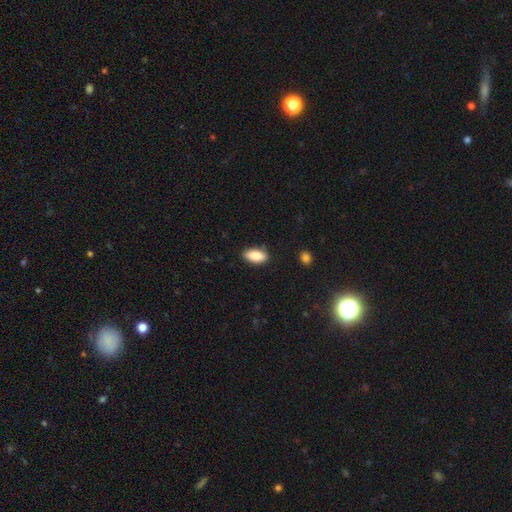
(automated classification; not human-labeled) A smooth galaxy with no disk features (87%) that is in between round and cigar-shaped (89%). Merging: none (85%).